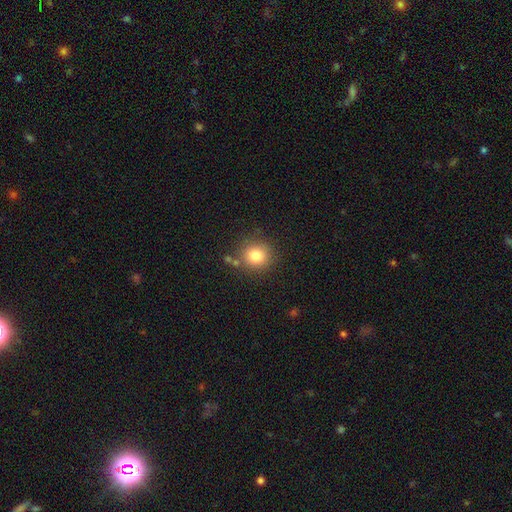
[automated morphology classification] smooth_or_featured: smooth (p=0.81) [alt: star or artifact p=0.12]
how_rounded: round (p=0.88) [alt: in between p=0.11]
merging: none (p=0.81) [alt: minor disturbance p=0.10]